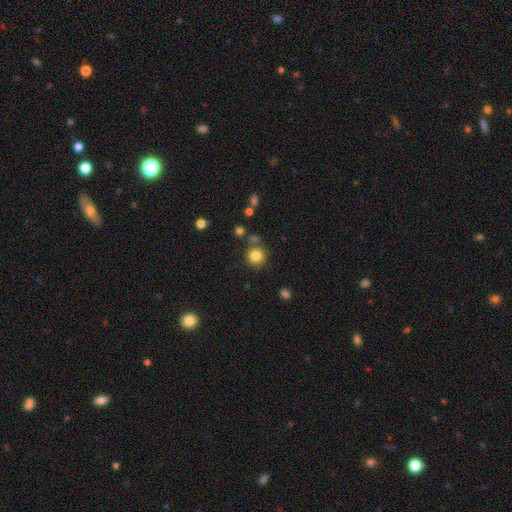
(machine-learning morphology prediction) Smooth or featured?
  - smooth: 82% *
  - star or artifact: 12%
  - featured or disk: 6%
How rounded?
  - round: 93% *
  - in between: 6%
  - cigar-shaped: 1%
Merging?
  - none: 80% *
  - minor disturbance: 9%
  - merger: 8%
  - major disturbance: 3%